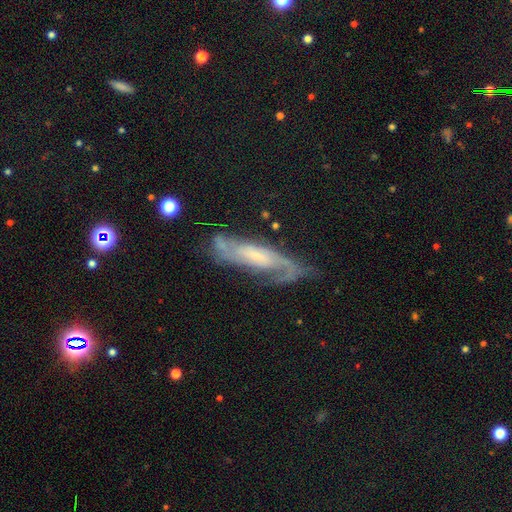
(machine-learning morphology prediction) This is likely a featured or disk galaxy (78%). It is likely not viewed edge-on (79%). Bar: possibly no (49%). Spiral arm pattern: clearly yes (93%). Spiral arm count: likely 2 (61%). Spiral winding: marginally medium (44%). Central bulge: possibly small (50%). Merging: likely none (64%).